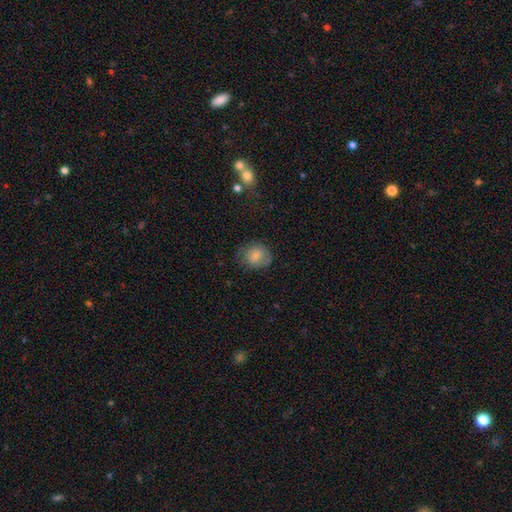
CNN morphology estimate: A smooth galaxy with no disk features (75%) that is round (70%).

Vote fractions:
- Smooth or featured? smooth: 75% / featured or disk: 17% / star or artifact: 8%
- How rounded? round: 70% / in between: 29% / cigar-shaped: 1%
- Merging? none: 66% / minor disturbance: 23% / major disturbance: 9% / merger: 1%